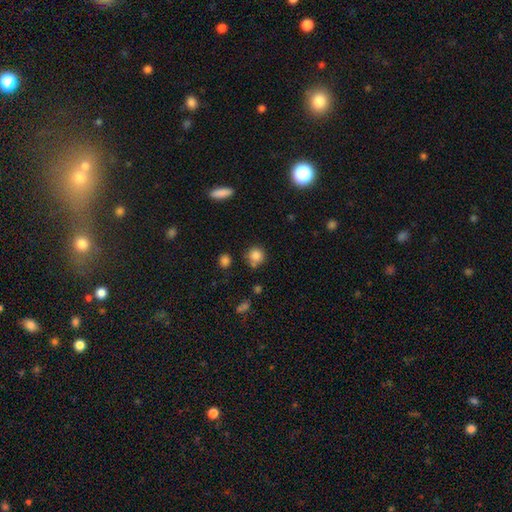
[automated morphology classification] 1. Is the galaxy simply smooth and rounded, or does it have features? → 83% smooth, 12% star or artifact, 6% featured or disk.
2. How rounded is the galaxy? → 88% round, 11% in between, 1% cigar-shaped.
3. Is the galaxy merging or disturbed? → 71% none, 16% minor disturbance, 8% merger, 4% major disturbance.